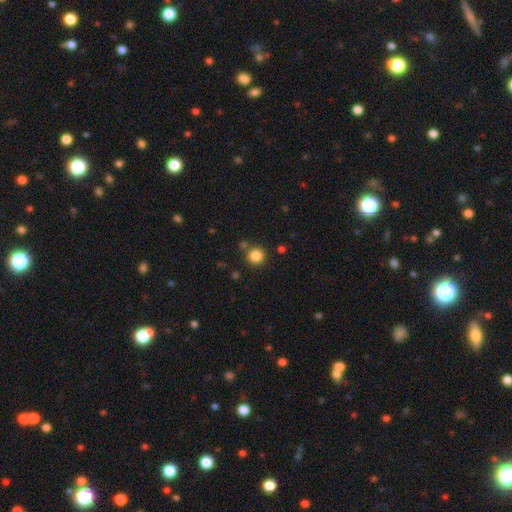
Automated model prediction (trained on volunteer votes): Q: Smooth or featured?
A: smooth (85%); runner-up: star or artifact (11%)
Q: How rounded?
A: round (94%); runner-up: in between (5%)
Q: Merging?
A: none (82%); runner-up: merger (8%)